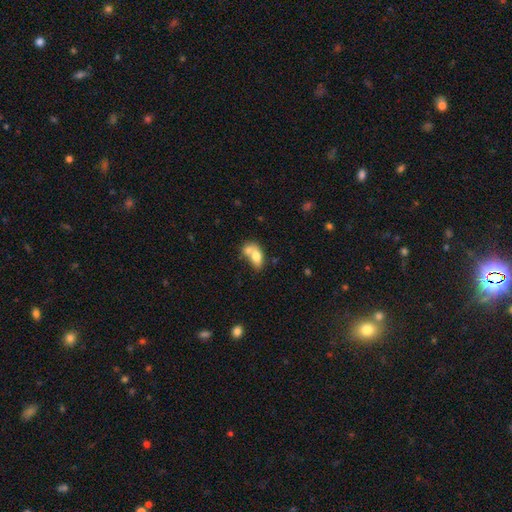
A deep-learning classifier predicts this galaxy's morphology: type=smooth (71%); roundness=in between (81%); merging=merger (63%).